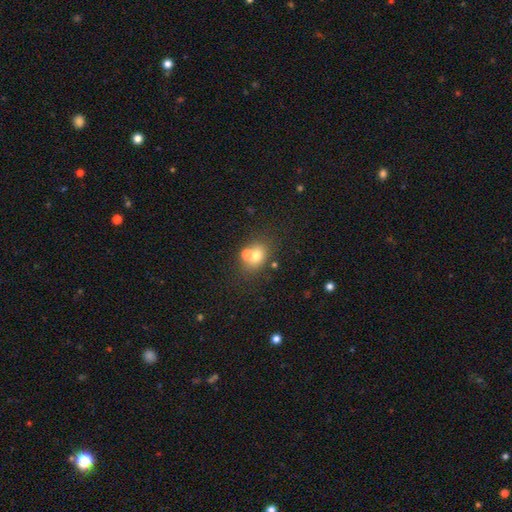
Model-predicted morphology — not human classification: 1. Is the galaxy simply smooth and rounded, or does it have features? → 69% smooth, 19% featured or disk, 13% star or artifact.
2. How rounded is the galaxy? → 53% in between, 46% round, 1% cigar-shaped.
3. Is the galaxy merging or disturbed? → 46% none, 39% merger, 10% minor disturbance, 4% major disturbance.